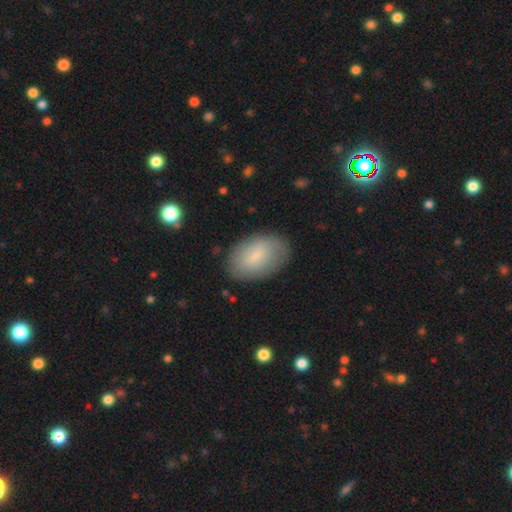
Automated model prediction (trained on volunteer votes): This is likely a smooth galaxy (70%). How rounded: clearly in between (91%). Merging: clearly none (81%).